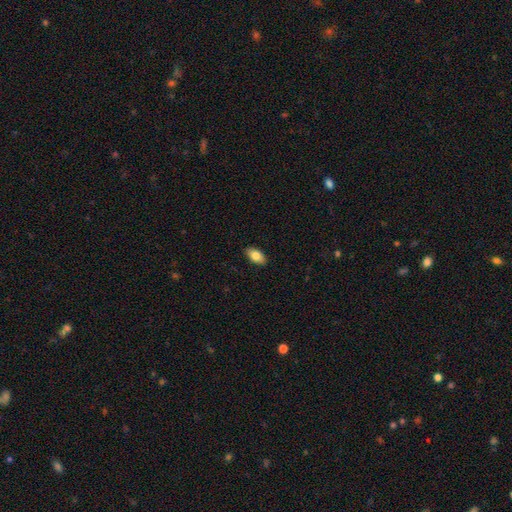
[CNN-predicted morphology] The model was most divided on "smooth or featured": smooth: 83%, featured or disk: 11%, star or artifact: 7%. More confident: how rounded — in between (92%); merging — none (89%).